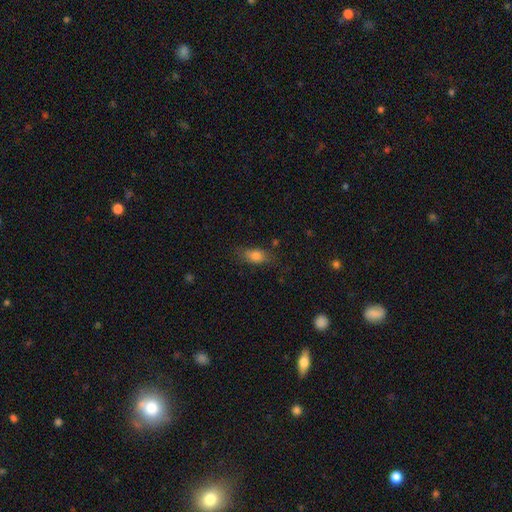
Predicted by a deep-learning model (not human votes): Overall: smooth (79%). How rounded: in between (80%). Merging: none (70%).